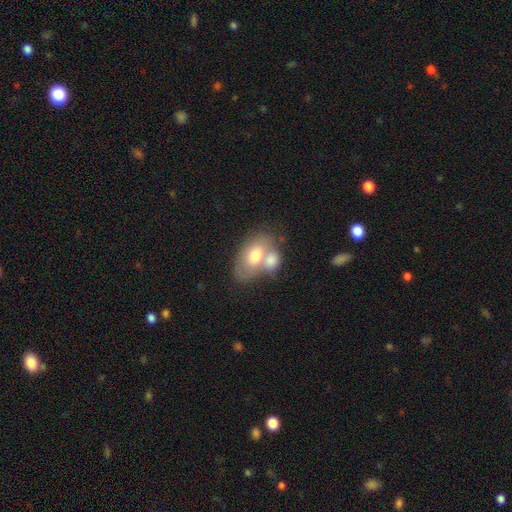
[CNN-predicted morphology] type=smooth (64%); roundness=in between (89%); merging=merger (62%).